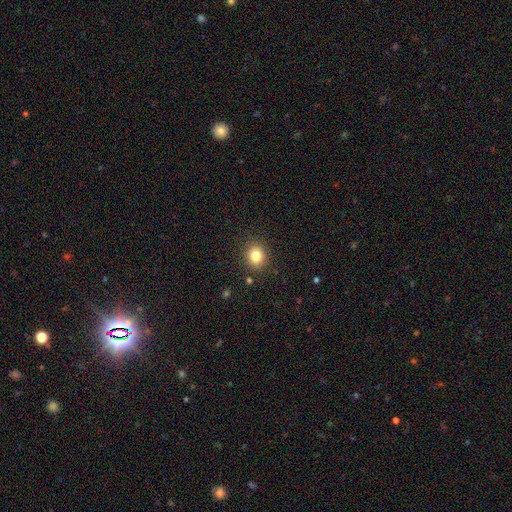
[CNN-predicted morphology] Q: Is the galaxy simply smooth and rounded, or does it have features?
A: smooth — 82%.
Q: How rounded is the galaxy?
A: round — 73%.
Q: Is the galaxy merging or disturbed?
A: none — 88%.